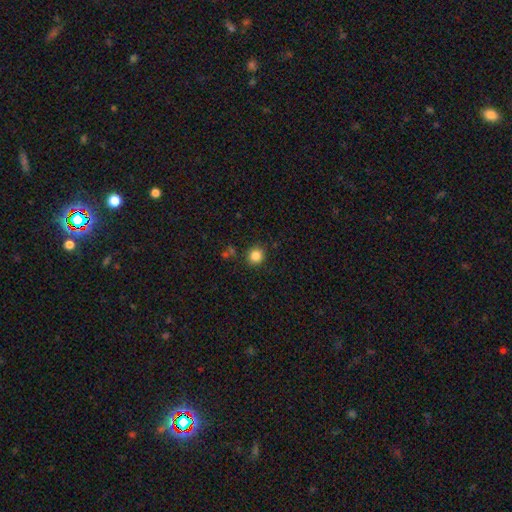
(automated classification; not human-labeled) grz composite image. It shows a smooth galaxy with no disk features (85%) that is round (90%). Merging: none (88%).